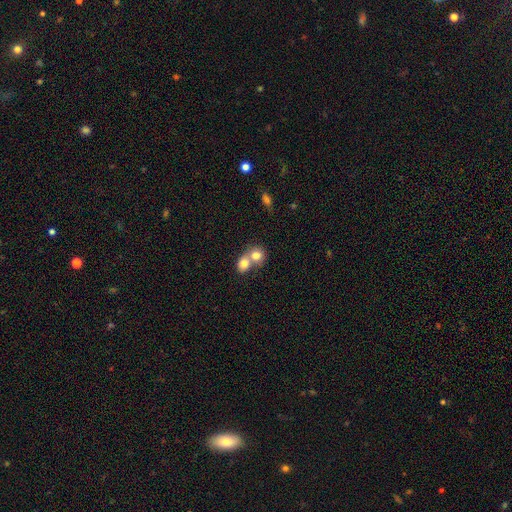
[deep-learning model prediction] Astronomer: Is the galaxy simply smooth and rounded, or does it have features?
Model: smooth — 78%.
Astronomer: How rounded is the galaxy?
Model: round — 71%.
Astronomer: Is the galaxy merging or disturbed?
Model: merger — 69%.